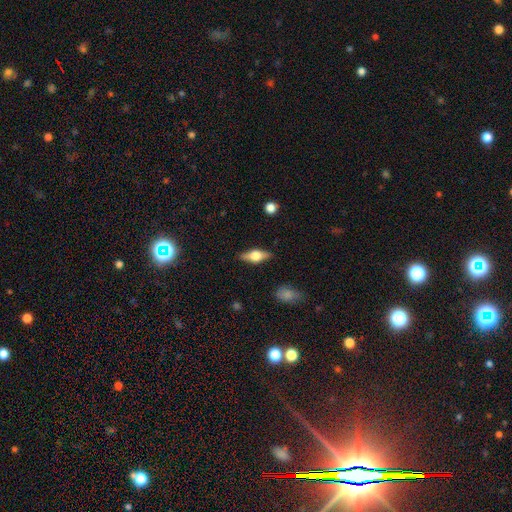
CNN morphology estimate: This is possibly a featured or disk galaxy (51%). It is clearly viewed edge-on (91%). Merging: clearly none (87%).